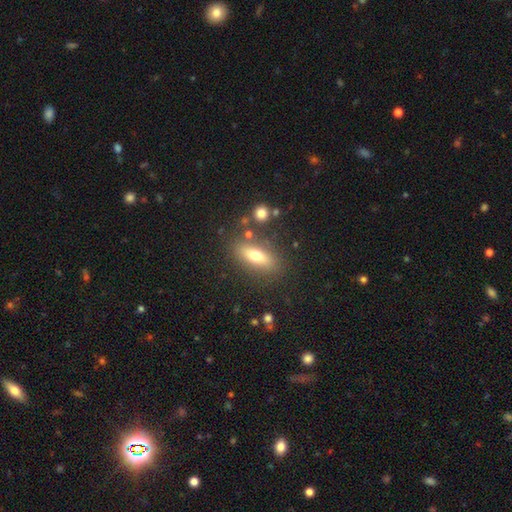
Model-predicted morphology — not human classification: smooth_or_featured: smooth (p=0.66) [alt: featured or disk p=0.25]
how_rounded: in between (p=0.63) [alt: cigar-shaped p=0.33]
merging: none (p=0.80) [alt: minor disturbance p=0.11]